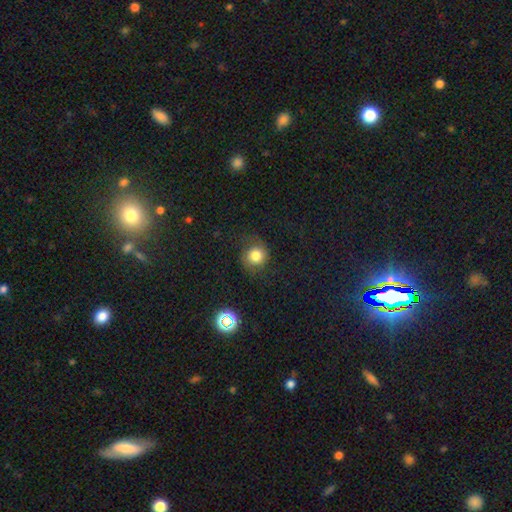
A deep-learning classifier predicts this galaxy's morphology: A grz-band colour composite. It shows a smooth galaxy with no disk features (73%) that is round (88%). Merging: none (72%).